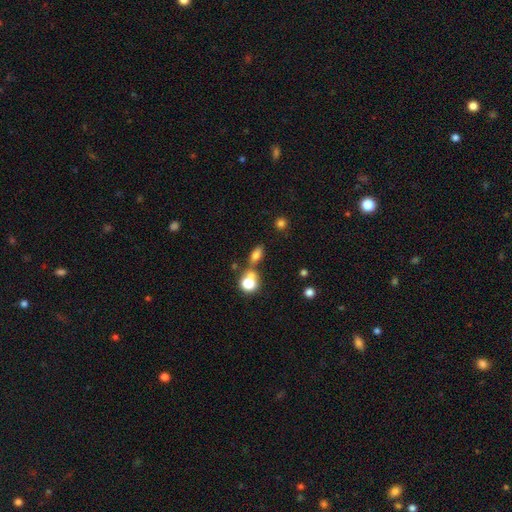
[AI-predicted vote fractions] smooth-or-featured: smooth: 74% | star or artifact: 14% | featured or disk: 12%
  how-rounded: in between: 72% | round: 17% | cigar-shaped: 11%
  merging: none: 54% | merger: 26% | minor disturbance: 13% | major disturbance: 6%